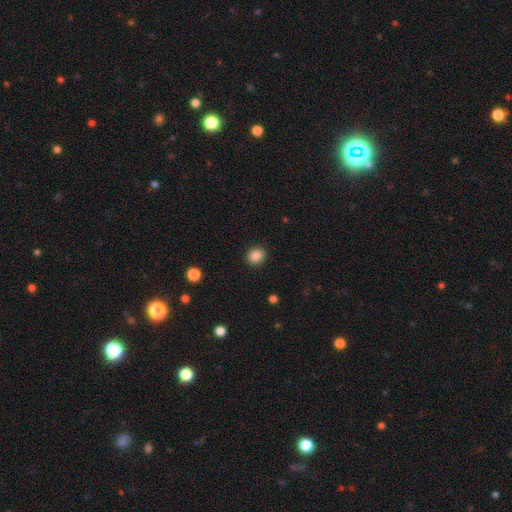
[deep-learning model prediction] Smooth or featured? smooth (87%)
How rounded? round (74%)
Merging? none (91%)